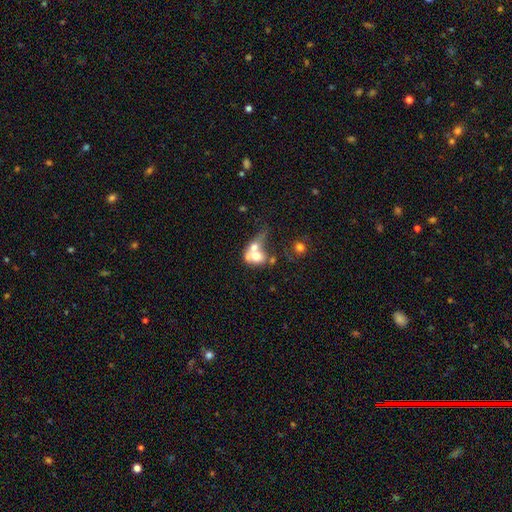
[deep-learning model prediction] Smooth or featured? Predicted: smooth (p=0.61). How rounded? Predicted: in between (p=0.57). Merging? Predicted: merger (p=0.70).